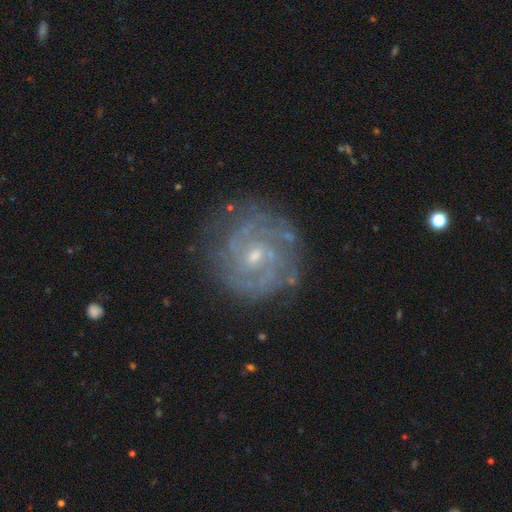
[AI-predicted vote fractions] A featured or disk galaxy (87%) with no bar (52%), 2 (35%) tight (68%) spiral arms (96%) and a small central bulge (66%).

Vote fractions:
- Smooth or featured? featured or disk: 87% / smooth: 6% / star or artifact: 6%
- Edge-on disk? no: 98% / yes: 2%
- Bar? no: 52% / weak: 40% / strong: 8%
- Spiral arms? yes: 96% / no: 4%
- Spiral winding? tight: 68% / medium: 27% / loose: 5%
- Spiral arm count? 2: 35% / can't tell: 24% / 3: 20% / 4: 10% / more than 4: 6% / 1: 6%
- Bulge size? small: 66% / moderate: 30% / none: 2% / large: 1% / dominant: 1%
- Merging? none: 80% / minor disturbance: 13% / major disturbance: 5% / merger: 1%